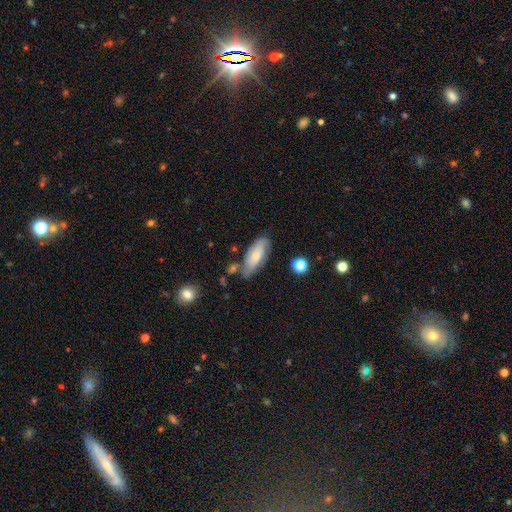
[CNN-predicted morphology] Smooth or featured?
  - smooth: 57% *
  - featured or disk: 36%
  - star or artifact: 7%
How rounded?
  - in between: 78% *
  - cigar-shaped: 19%
  - round: 3%
Merging?
  - none: 62% *
  - minor disturbance: 23%
  - merger: 8%
  - major disturbance: 6%